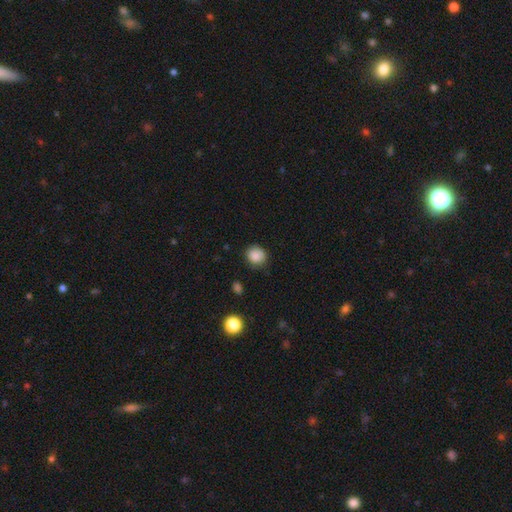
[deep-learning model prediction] The model was most divided on "merging": none: 82%, minor disturbance: 14%, major disturbance: 3%, merger: 1%. More confident: smooth or featured — smooth (87%); how rounded — round (85%).